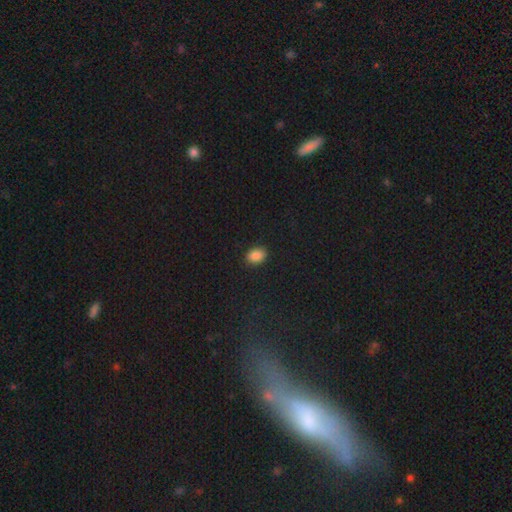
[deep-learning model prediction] smooth-or-featured: smooth: 86% | star or artifact: 10% | featured or disk: 4%
  how-rounded: in between: 77% | round: 22% | cigar-shaped: 1%
  merging: none: 87% | minor disturbance: 9% | major disturbance: 2% | merger: 1%